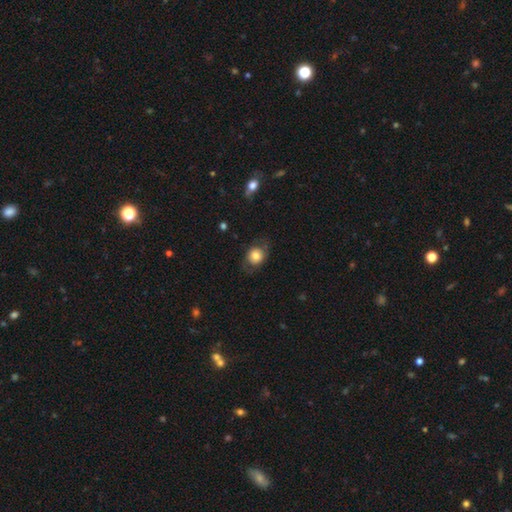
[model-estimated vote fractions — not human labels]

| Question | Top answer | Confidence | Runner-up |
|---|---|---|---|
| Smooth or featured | smooth | 72% | featured or disk (20%) |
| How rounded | round | 63% | in between (36%) |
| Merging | none | 71% | minor disturbance (18%) |